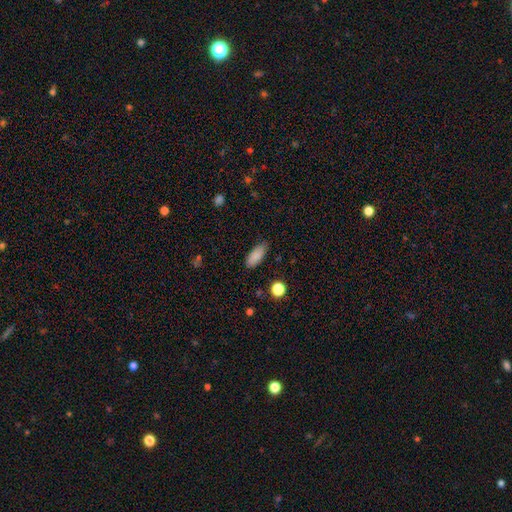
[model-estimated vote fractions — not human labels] Smooth or featured?
  - smooth: 87% *
  - star or artifact: 8%
  - featured or disk: 5%
How rounded?
  - in between: 79% *
  - cigar-shaped: 19%
  - round: 2%
Merging?
  - none: 83% *
  - minor disturbance: 13%
  - major disturbance: 3%
  - merger: 1%